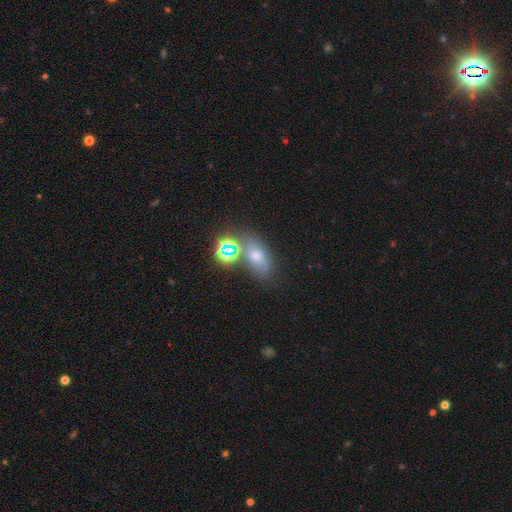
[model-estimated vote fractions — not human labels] This is possibly a smooth galaxy (54%). How rounded: likely in between (68%). Merging: possibly none (56%).